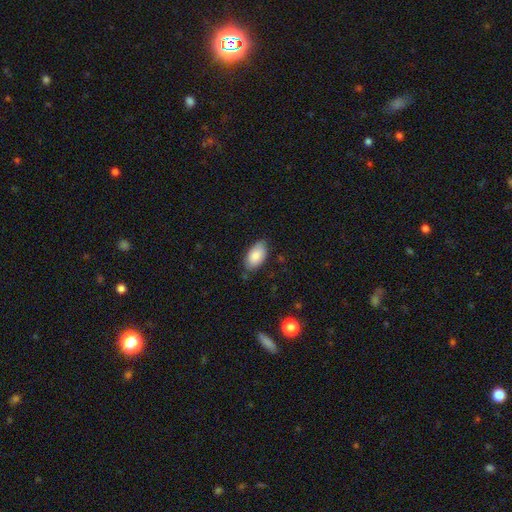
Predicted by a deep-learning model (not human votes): Smooth or featured? Predicted: smooth (p=0.85). How rounded? Predicted: in between (p=0.95). Merging? Predicted: none (p=0.76).